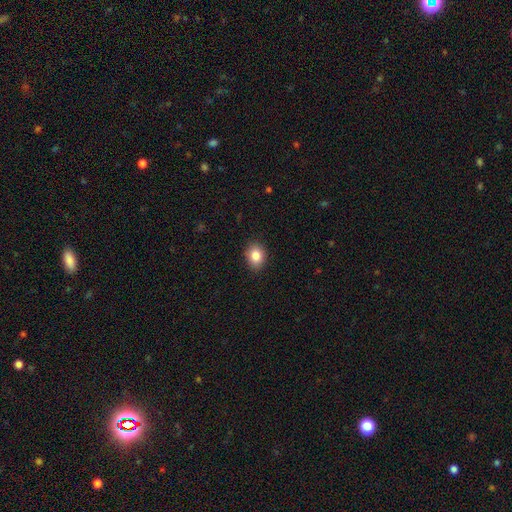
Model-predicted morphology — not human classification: Smooth or featured: smooth — 85% (star or artifact — 9%)
How rounded: in between — 53% (round — 46%)
Merging: none — 88% (minor disturbance — 9%)